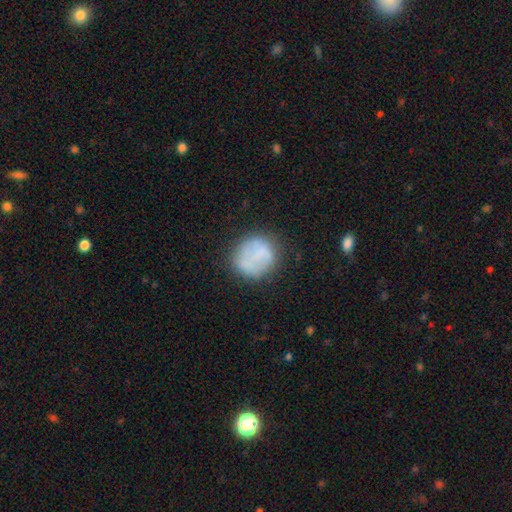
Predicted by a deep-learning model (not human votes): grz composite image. It shows a smooth galaxy with no disk features (67%) that is round (88%). Merging: none (67%).